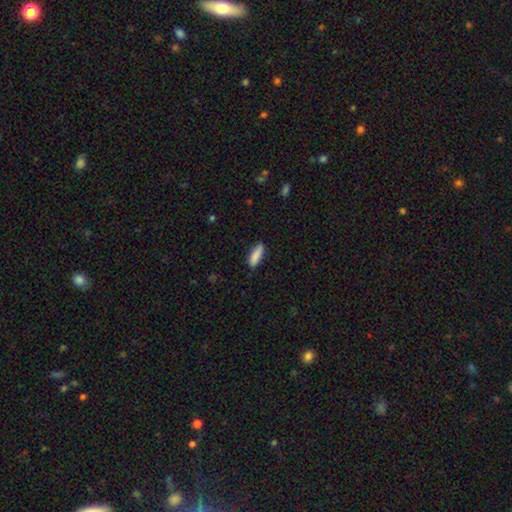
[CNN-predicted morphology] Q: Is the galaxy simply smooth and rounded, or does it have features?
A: smooth — 88%.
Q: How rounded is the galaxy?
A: in between — 58%.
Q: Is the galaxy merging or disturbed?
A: none — 85%.